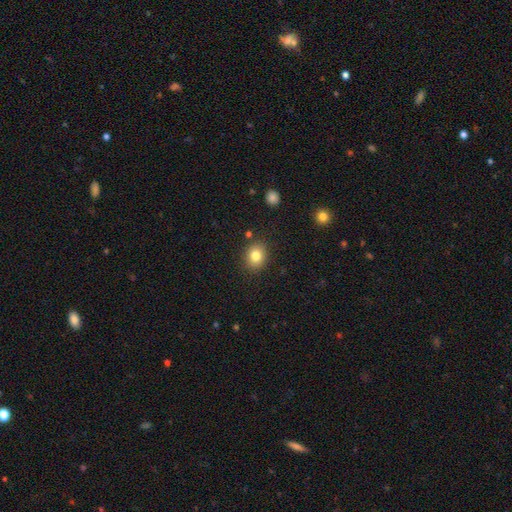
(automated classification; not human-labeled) Morphology: type=smooth (82%); roundness=round (64%); merging=none (87%).